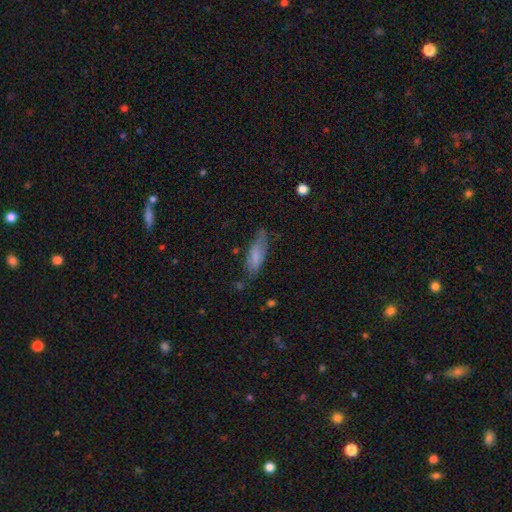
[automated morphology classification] Smooth or featured: smooth — 72% (featured or disk — 21%)
How rounded: in between — 56% (cigar-shaped — 42%)
Merging: none — 63% (minor disturbance — 26%)